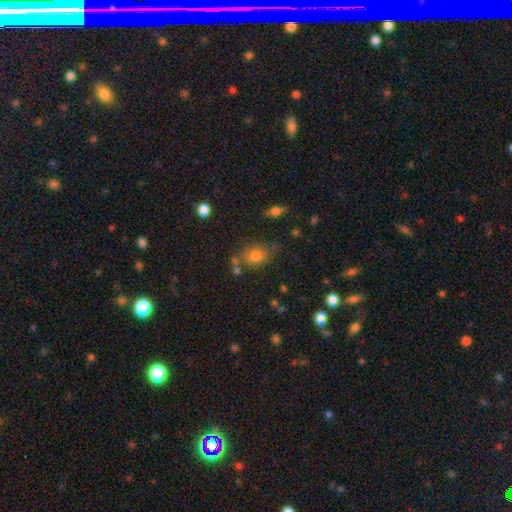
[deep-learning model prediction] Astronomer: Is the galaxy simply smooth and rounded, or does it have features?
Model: smooth — 76%.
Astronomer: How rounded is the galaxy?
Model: in between — 72%.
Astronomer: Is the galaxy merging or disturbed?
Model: none — 62%.